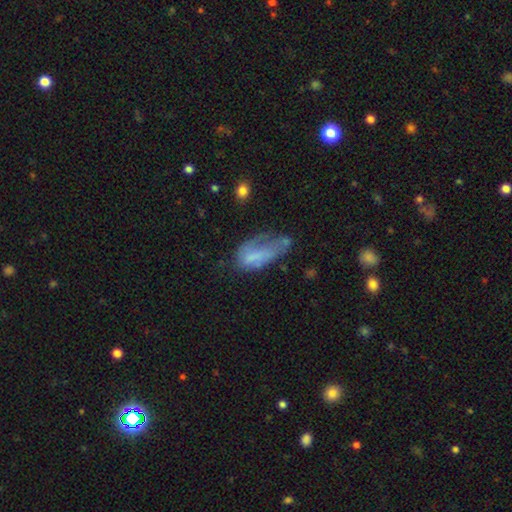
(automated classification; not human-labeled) Smooth or featured: smooth — 57% (featured or disk — 33%)
How rounded: in between — 86% (cigar-shaped — 10%)
Merging: major disturbance — 41% (minor disturbance — 29%)